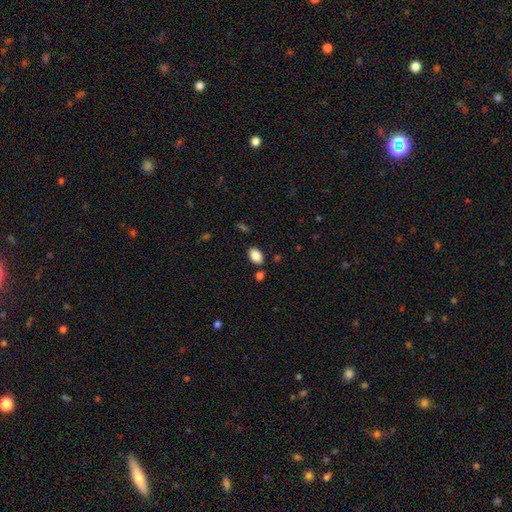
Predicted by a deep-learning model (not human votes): This appears to be a smooth galaxy with no disk features (87%) that is in between round and cigar-shaped (86%). Merging: none (83%).